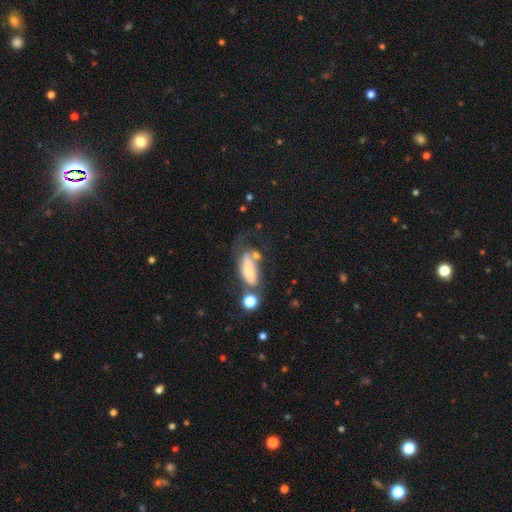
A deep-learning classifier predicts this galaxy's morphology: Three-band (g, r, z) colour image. It shows a smooth galaxy with no disk features (60%) that is in between round and cigar-shaped (72%). Merging: none (31%).